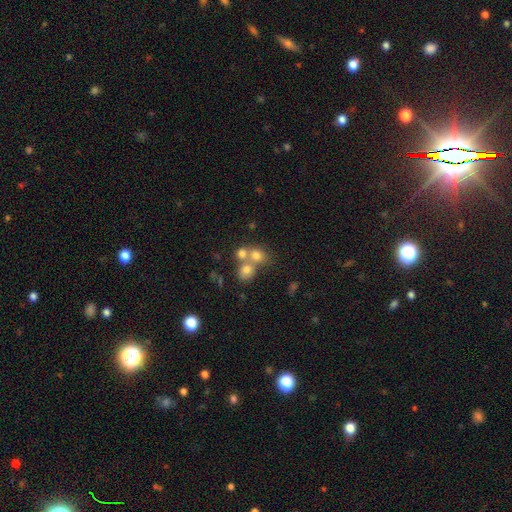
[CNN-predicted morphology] This appears to be a star or artifact, not a galaxy (59%).